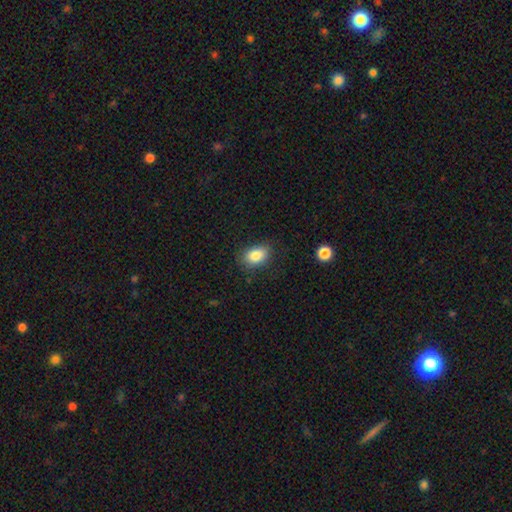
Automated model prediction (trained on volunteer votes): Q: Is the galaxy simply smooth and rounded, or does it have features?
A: smooth — 84%.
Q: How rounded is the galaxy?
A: in between — 83%.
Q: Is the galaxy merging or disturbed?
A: none — 81%.